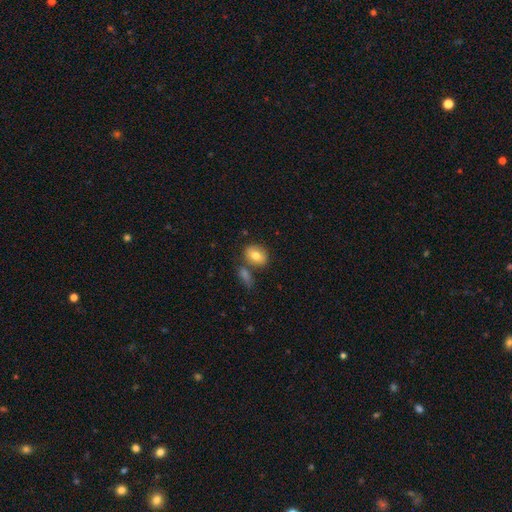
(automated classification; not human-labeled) The model was most divided on "merging": none: 62%, merger: 20%, minor disturbance: 13%, major disturbance: 4%. More confident: smooth or featured — smooth (78%); how rounded — in between (70%).